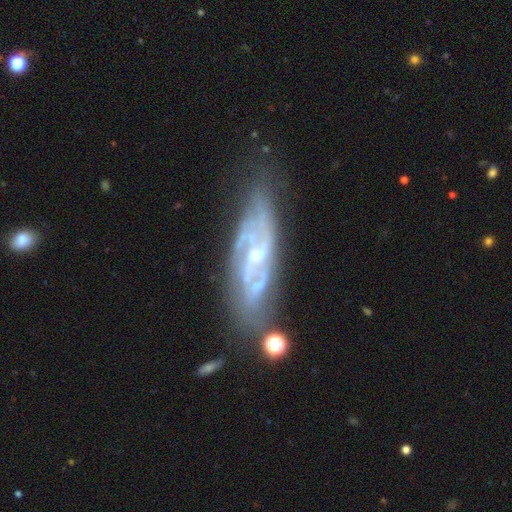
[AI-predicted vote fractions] Smooth or featured? Predicted: featured or disk (p=0.82). Edge-on disk? Predicted: no (p=0.82). Bar? Predicted: no (p=0.46). Spiral arms? Predicted: yes (p=0.89). Spiral winding? Predicted: tight (p=0.46). Spiral arm count? Predicted: 2 (p=0.41). Bulge size? Predicted: small (p=0.58). Merging? Predicted: none (p=0.65).